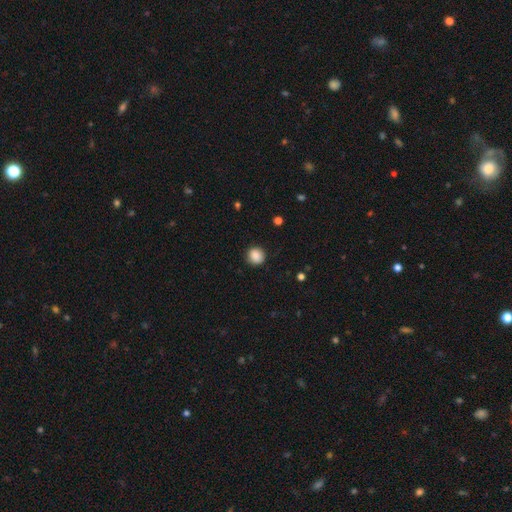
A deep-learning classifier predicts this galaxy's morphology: This appears to be a smooth galaxy with no disk features (87%) that is round (91%). Merging: none (89%).